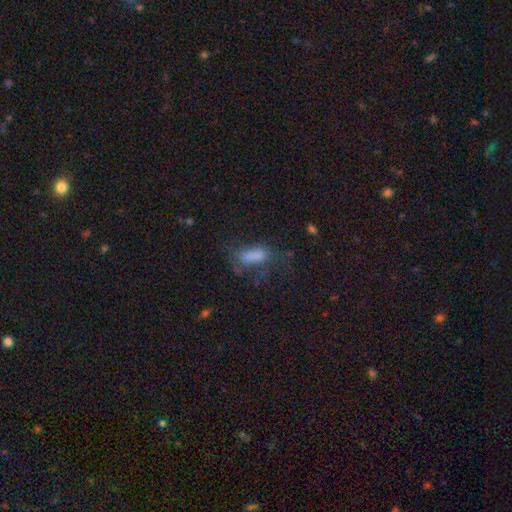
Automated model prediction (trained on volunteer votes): A smooth galaxy with no disk features (65%) that is in between round and cigar-shaped (63%).

Vote fractions:
- Smooth or featured? smooth: 65% / featured or disk: 20% / star or artifact: 15%
- How rounded? in between: 63% / cigar-shaped: 33% / round: 4%
- Merging? none: 41% / major disturbance: 31% / minor disturbance: 25% / merger: 3%